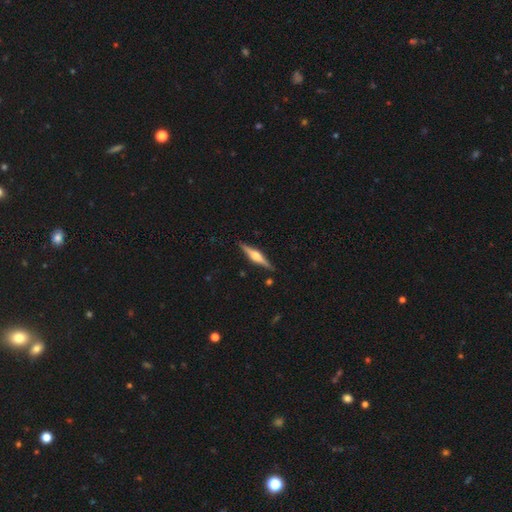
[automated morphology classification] Smooth or featured?
  - featured or disk: 77% *
  - smooth: 18%
  - star or artifact: 5%
Edge-on disk?
  - yes: 98% *
  - no: 2%
Edge-on bulge?
  - rounded: 88% *
  - boxy: 9%
  - none: 2%
Merging?
  - none: 90% *
  - minor disturbance: 7%
  - merger: 1%
  - major disturbance: 1%